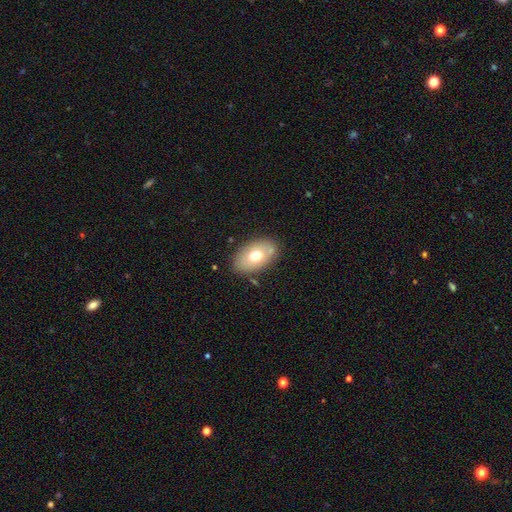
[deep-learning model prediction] Smooth or featured?
  - smooth: 68% *
  - featured or disk: 24%
  - star or artifact: 8%
How rounded?
  - in between: 90% *
  - round: 9%
  - cigar-shaped: 1%
Merging?
  - none: 79% *
  - minor disturbance: 13%
  - merger: 4%
  - major disturbance: 3%